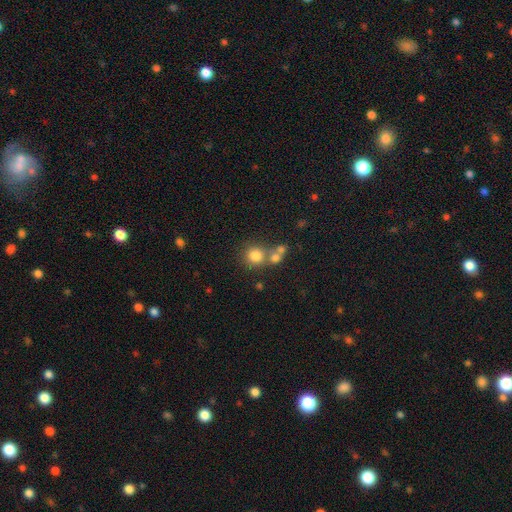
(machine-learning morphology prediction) type=smooth (78%); roundness=round (88%); merging=none (56%).